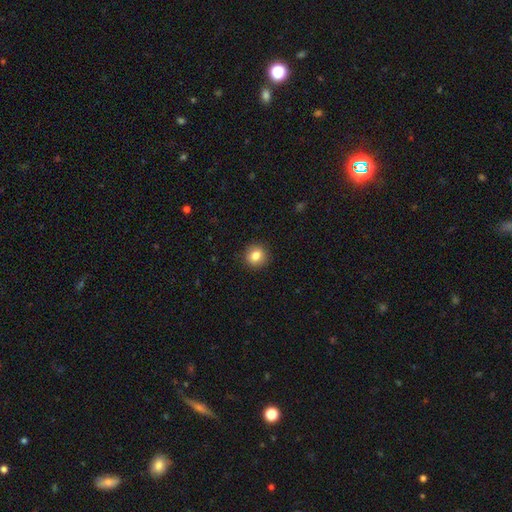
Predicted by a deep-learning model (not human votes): This is clearly a smooth galaxy (83%). How rounded: clearly round (90%). Merging: clearly none (92%).